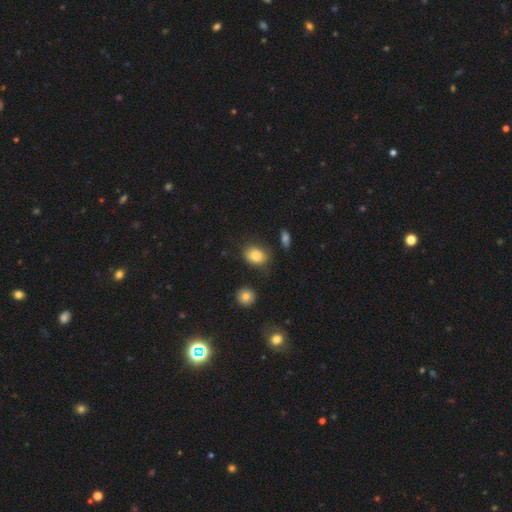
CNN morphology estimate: Smooth or featured? smooth (84%)
How rounded? in between (69%)
Merging? none (71%)